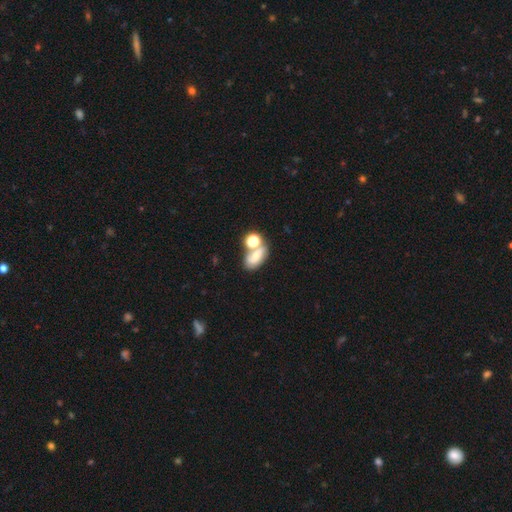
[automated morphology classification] This appears to be a smooth galaxy with no disk features (60%) that is in between round and cigar-shaped (78%). Merging: merger (44%).